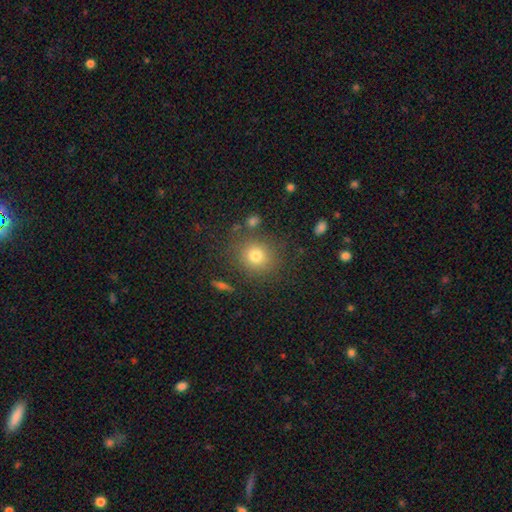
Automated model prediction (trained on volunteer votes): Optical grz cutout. It shows a smooth galaxy with no disk features (76%) that is round (85%). Merging: none (81%).